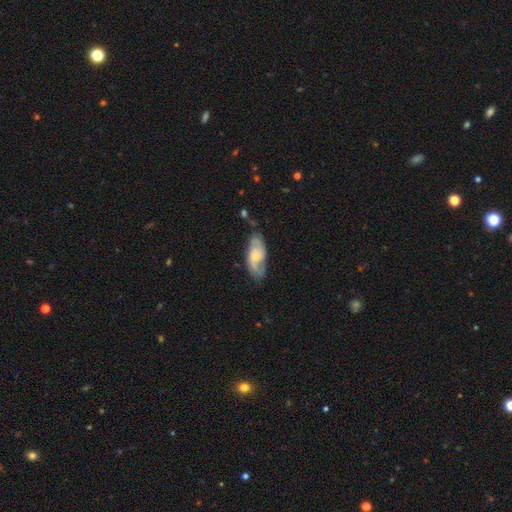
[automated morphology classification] Smooth or featured?
  - featured or disk: 59% *
  - smooth: 35%
  - star or artifact: 6%
Edge-on disk?
  - no: 91% *
  - yes: 9%
Bar?
  - no: 55% *
  - weak: 38%
  - strong: 7%
Spiral arms?
  - yes: 88% *
  - no: 12%
Bulge size?
  - moderate: 40% *
  - small: 39%
  - none: 11%
  - large: 8%
  - dominant: 1%
Merging?
  - none: 64% *
  - minor disturbance: 25%
  - major disturbance: 8%
  - merger: 3%